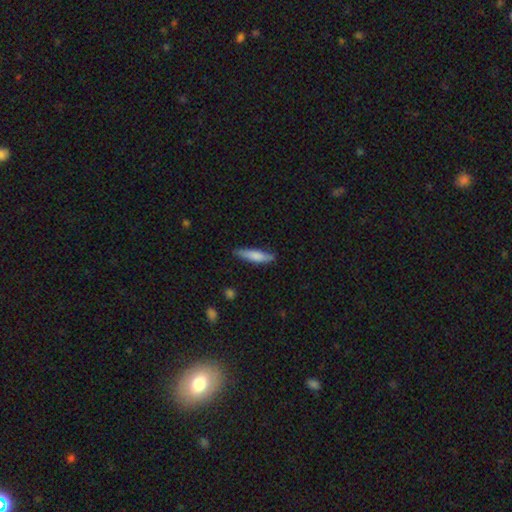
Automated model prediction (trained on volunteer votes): A smooth galaxy with no disk features (74%) that is cigar-shaped (79%). Merging: none (80%).